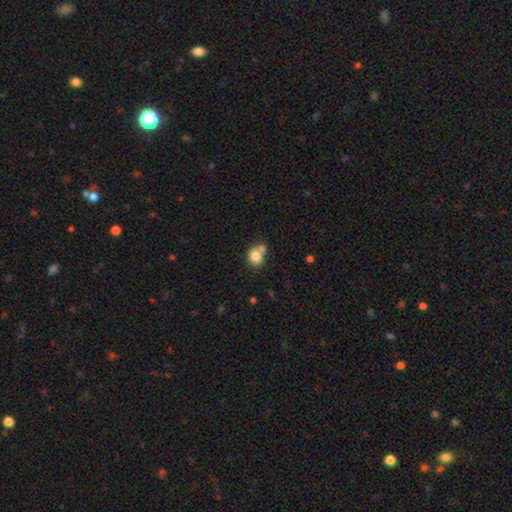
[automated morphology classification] Smooth or featured? Predicted: smooth (p=0.81). How rounded? Predicted: round (p=0.67). Merging? Predicted: none (p=0.47).